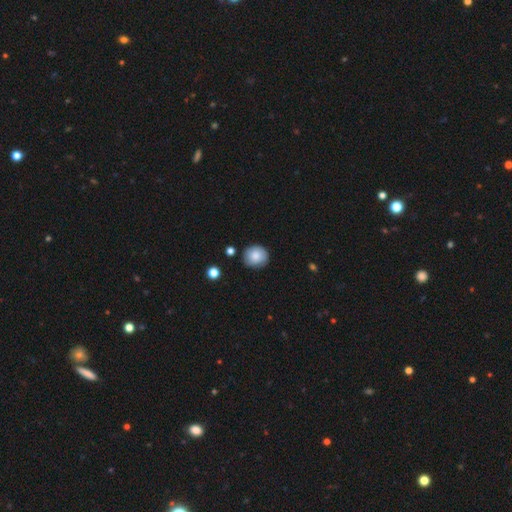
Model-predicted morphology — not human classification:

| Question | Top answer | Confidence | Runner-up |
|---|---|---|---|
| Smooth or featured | smooth | 81% | featured or disk (11%) |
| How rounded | round | 85% | in between (14%) |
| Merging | none | 81% | minor disturbance (14%) |